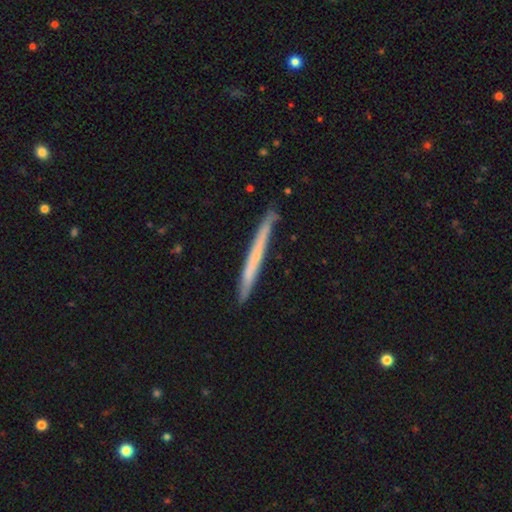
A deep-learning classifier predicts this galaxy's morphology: Smooth or featured: featured or disk — 47% (tied with smooth — 47%)
Merging: none — 86% (minor disturbance — 11%)